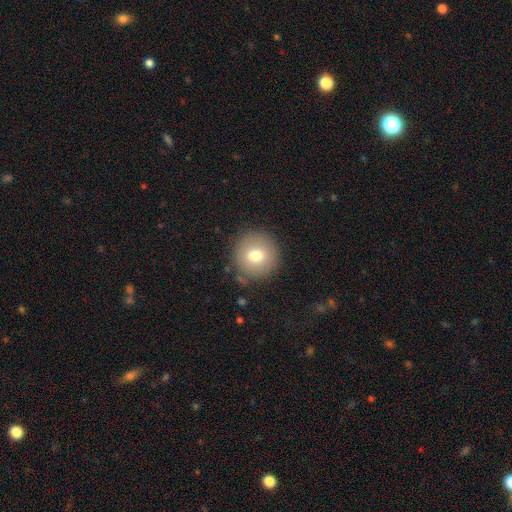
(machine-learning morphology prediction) A smooth galaxy with no disk features (73%) that is round (93%).

Vote fractions:
- Smooth or featured? smooth: 73% / featured or disk: 17% / star or artifact: 10%
- How rounded? round: 93% / in between: 6% / cigar-shaped: 1%
- Merging? none: 85% / minor disturbance: 9% / major disturbance: 3% / merger: 2%